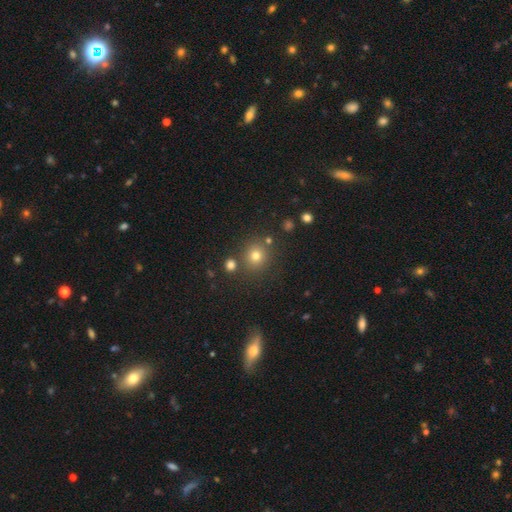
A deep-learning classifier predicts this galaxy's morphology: smooth-or-featured: smooth: 76% | star or artifact: 16% | featured or disk: 8%
  how-rounded: round: 89% | in between: 10% | cigar-shaped: 1%
  merging: none: 80% | minor disturbance: 9% | merger: 8% | major disturbance: 3%